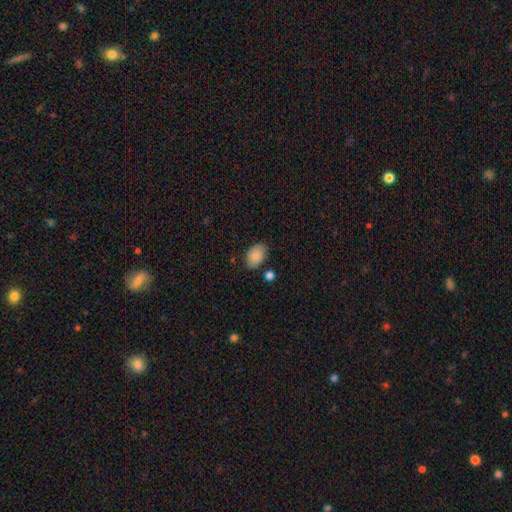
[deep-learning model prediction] smooth-or-featured: smooth: 87% | star or artifact: 7% | featured or disk: 5%
  how-rounded: in between: 85% | round: 14% | cigar-shaped: 1%
  merging: none: 78% | minor disturbance: 15% | merger: 4% | major disturbance: 3%